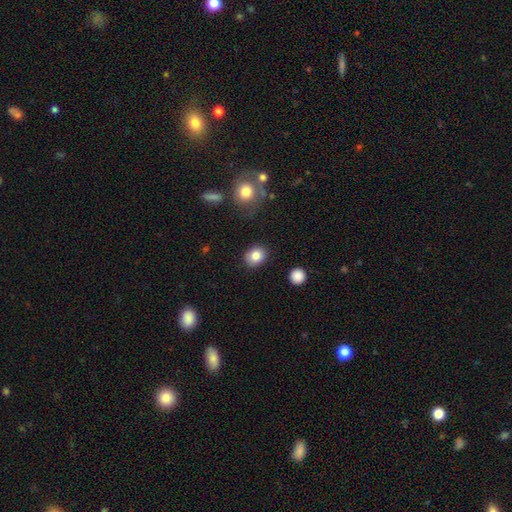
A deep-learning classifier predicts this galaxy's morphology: type=smooth (83%); roundness=round (56%); merging=none (86%).